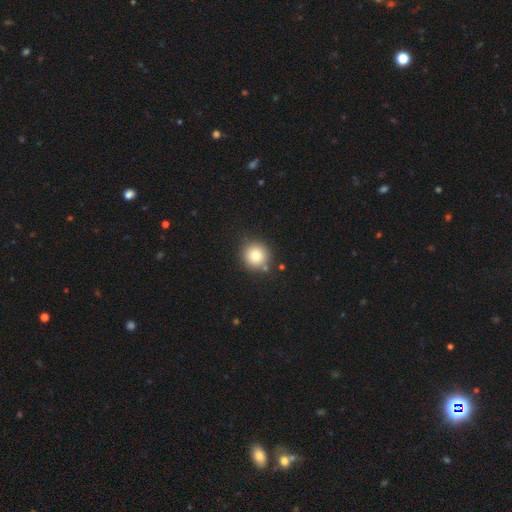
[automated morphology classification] Overall: smooth (81%). How rounded: round (93%). Merging: none (82%).